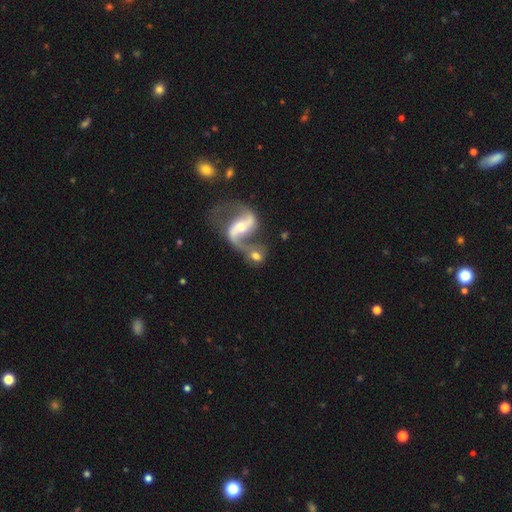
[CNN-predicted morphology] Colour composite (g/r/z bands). It shows a featured or disk galaxy (68%) with a weak bar (35%), 2 (87%) loose (72%) spiral arms (87%) and a moderate central bulge (55%). Merging: merger (41%).